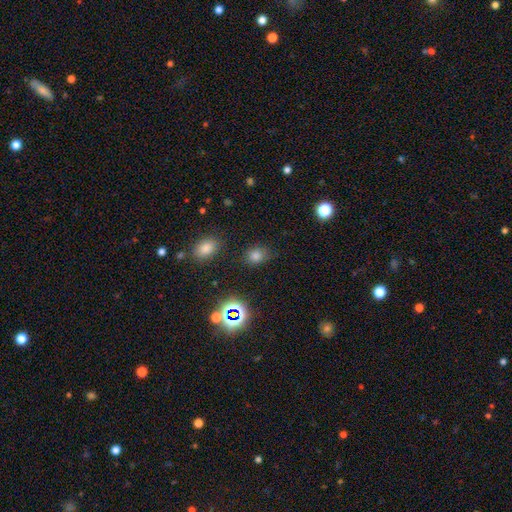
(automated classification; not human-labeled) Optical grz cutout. It shows a smooth galaxy with no disk features (73%) that is in between round and cigar-shaped (49%, tied with round). Merging: none (79%).